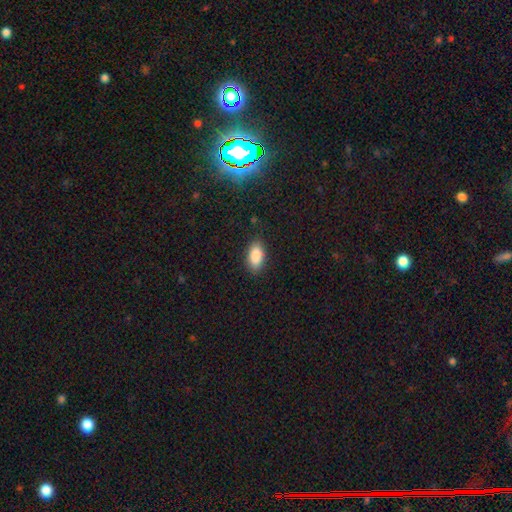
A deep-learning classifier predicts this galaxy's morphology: Smooth or featured? smooth (88%)
How rounded? in between (92%)
Merging? none (85%)